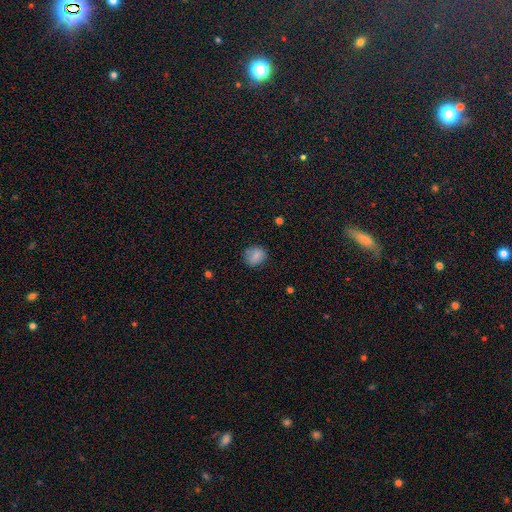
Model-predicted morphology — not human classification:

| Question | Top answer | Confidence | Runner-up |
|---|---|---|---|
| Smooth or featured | smooth | 83% | star or artifact (10%) |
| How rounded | round | 70% | in between (29%) |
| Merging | none | 77% | minor disturbance (17%) |